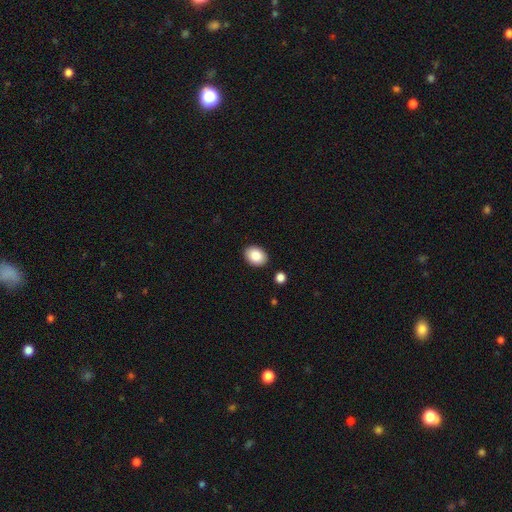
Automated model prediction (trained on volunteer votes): Morphology: type=smooth (88%); roundness=in between (75%); merging=none (88%).